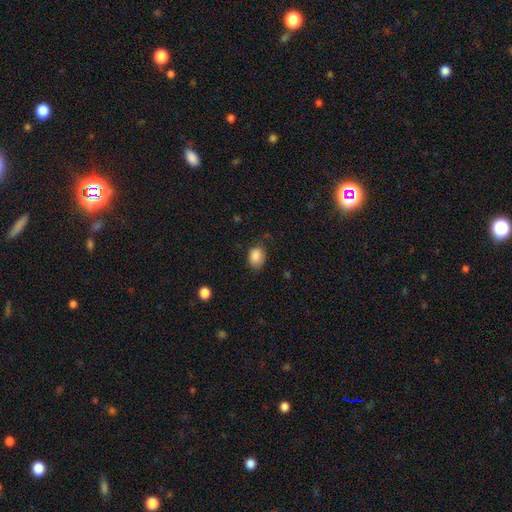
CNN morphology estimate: This is clearly a smooth galaxy (87%). How rounded: likely in between (61%). Merging: likely none (71%).